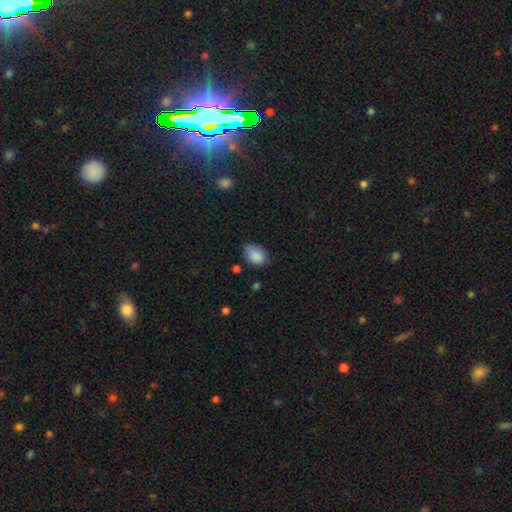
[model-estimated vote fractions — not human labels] smooth_or_featured: smooth (p=0.87) [alt: star or artifact p=0.08]
how_rounded: in between (p=0.83) [alt: round p=0.16]
merging: none (p=0.63) [alt: minor disturbance p=0.29]